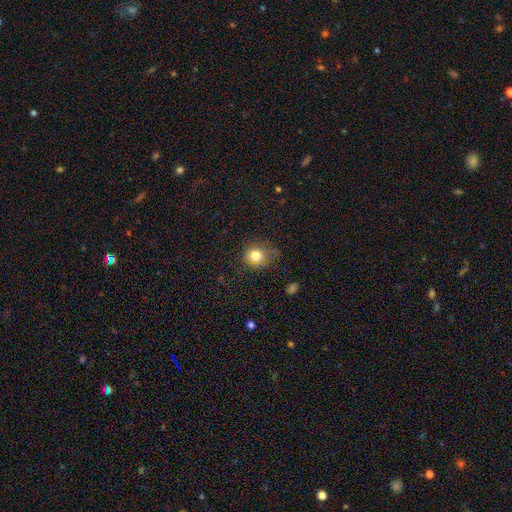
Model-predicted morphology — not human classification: Smooth or featured: smooth — 80% (star or artifact — 11%)
How rounded: round — 80% (in between — 19%)
Merging: none — 65% (minor disturbance — 25%)